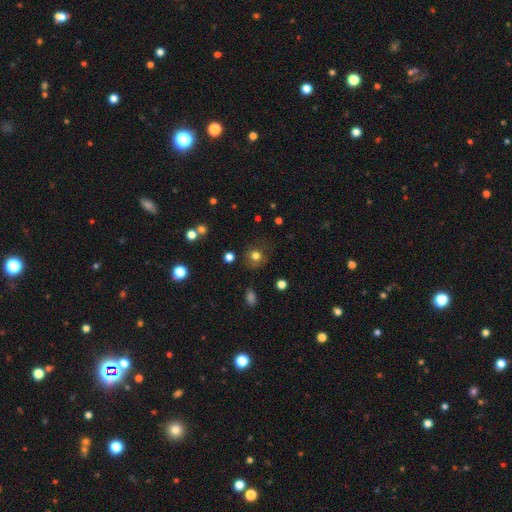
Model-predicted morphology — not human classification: The model was most divided on "smooth or featured": smooth: 74%, star or artifact: 15%, featured or disk: 10%. More confident: how rounded — round (85%); merging — none (76%).